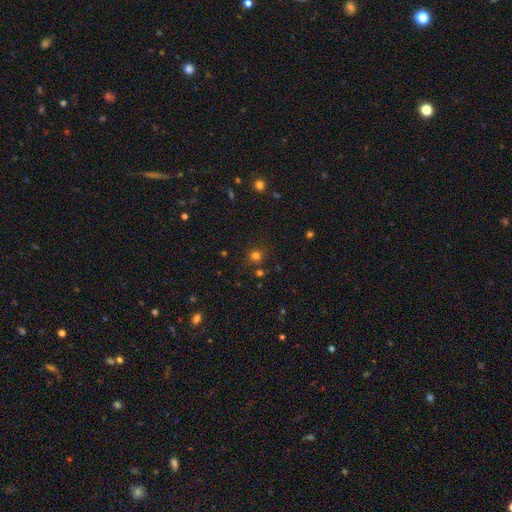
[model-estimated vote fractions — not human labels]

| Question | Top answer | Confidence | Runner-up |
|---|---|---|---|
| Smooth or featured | smooth | 72% | star or artifact (22%) |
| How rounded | round | 91% | in between (8%) |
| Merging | none | 82% | minor disturbance (9%) |